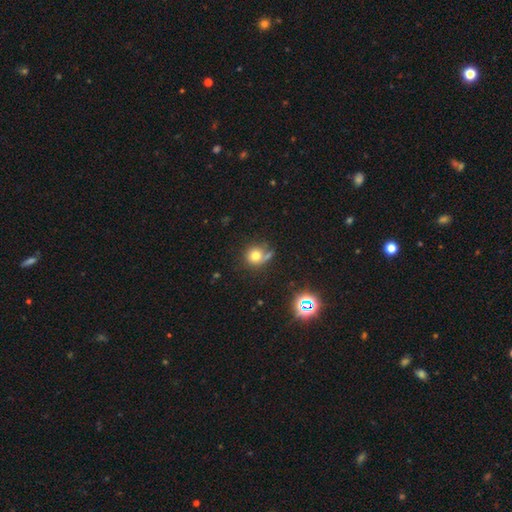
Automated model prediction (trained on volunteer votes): smooth_or_featured: smooth (p=0.72) [alt: star or artifact p=0.16]
how_rounded: round (p=0.86) [alt: in between p=0.13]
merging: none (p=0.59) [alt: minor disturbance p=0.18]